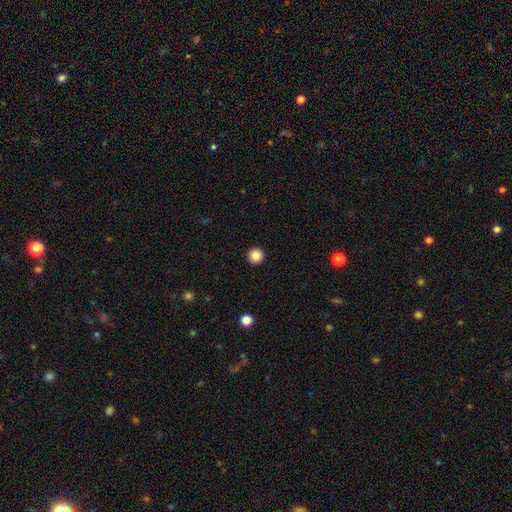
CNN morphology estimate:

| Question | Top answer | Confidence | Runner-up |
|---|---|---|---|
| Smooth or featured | smooth | 86% | star or artifact (10%) |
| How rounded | round | 96% | in between (3%) |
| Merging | none | 94% | minor disturbance (4%) |